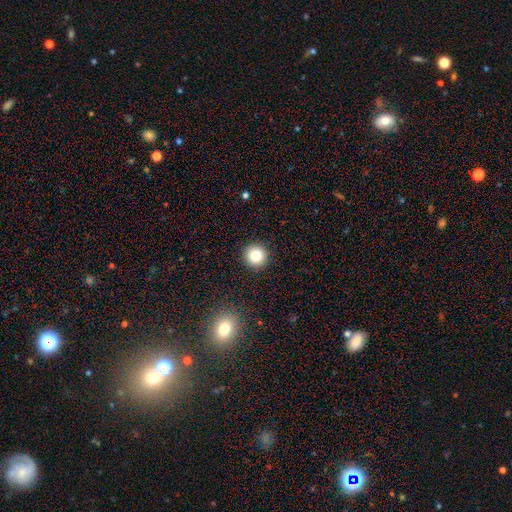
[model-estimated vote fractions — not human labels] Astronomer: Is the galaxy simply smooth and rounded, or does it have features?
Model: smooth — 81%.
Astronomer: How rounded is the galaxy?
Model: round — 96%.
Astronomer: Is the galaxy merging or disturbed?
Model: none — 92%.